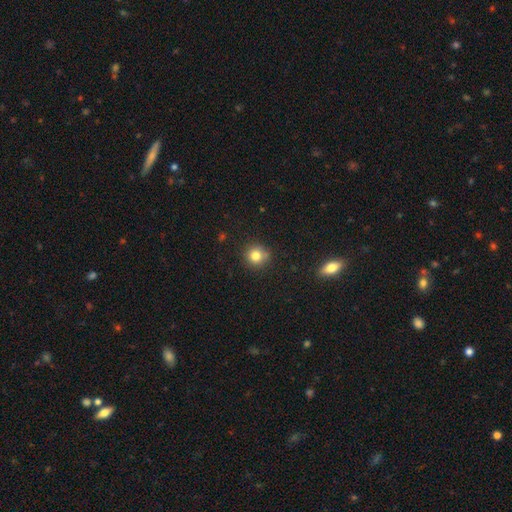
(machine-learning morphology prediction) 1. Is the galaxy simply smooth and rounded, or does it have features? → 81% smooth, 12% star or artifact, 7% featured or disk.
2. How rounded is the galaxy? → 92% round, 7% in between, 1% cigar-shaped.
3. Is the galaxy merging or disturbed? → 83% none, 11% minor disturbance, 3% merger, 3% major disturbance.